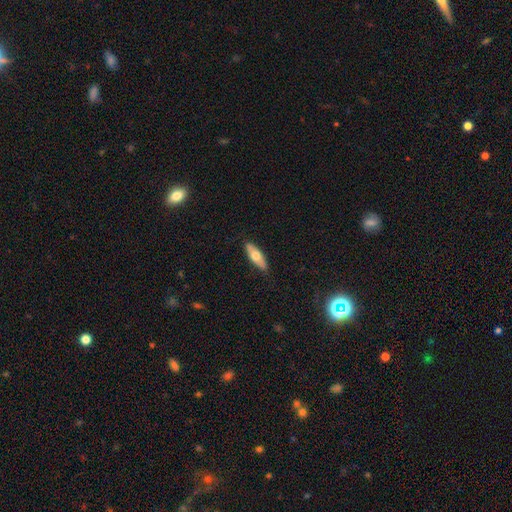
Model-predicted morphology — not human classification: The model was most divided on "how rounded": in between: 58%, cigar-shaped: 39%, round: 2%. More confident: merging — none (85%); smooth or featured — smooth (61%).